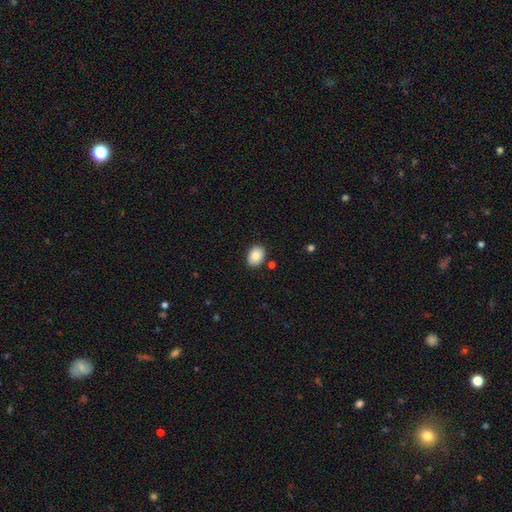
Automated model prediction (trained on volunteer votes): smooth 87%, star or artifact 7%, featured or disk 5%. Down the decision tree: how rounded — in between (76%); merging — none (86%).